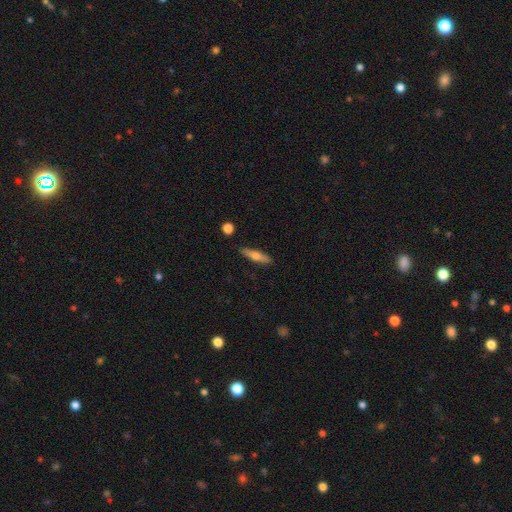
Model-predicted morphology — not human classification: Smooth or featured?
  - smooth: 54% *
  - featured or disk: 39%
  - star or artifact: 6%
How rounded?
  - cigar-shaped: 78% *
  - in between: 19%
  - round: 2%
Merging?
  - none: 87% *
  - minor disturbance: 9%
  - merger: 2%
  - major disturbance: 2%